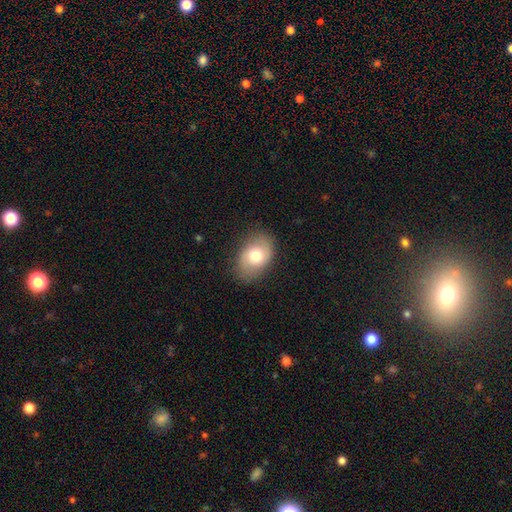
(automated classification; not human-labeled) Morphology: type=smooth (72%); roundness=in between (82%); merging=none (81%).